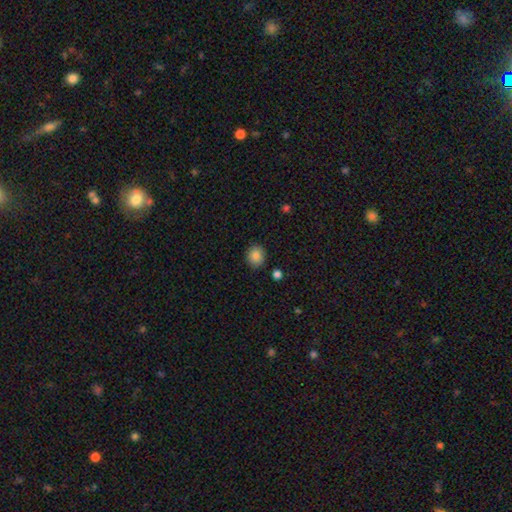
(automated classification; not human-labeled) Q: Smooth or featured?
A: smooth (85%); runner-up: star or artifact (9%)
Q: How rounded?
A: round (73%); runner-up: in between (26%)
Q: Merging?
A: none (88%); runner-up: minor disturbance (8%)